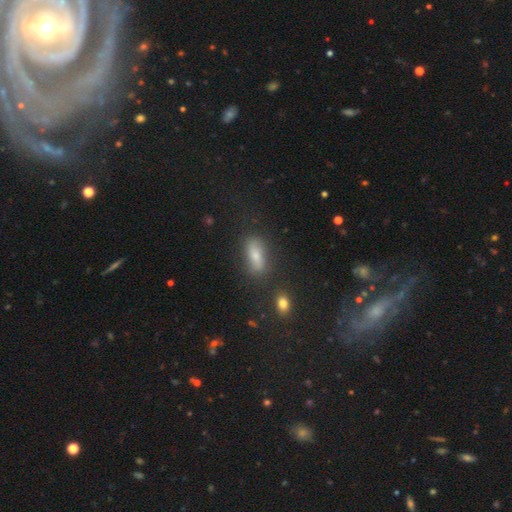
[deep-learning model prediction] Smooth or featured? Predicted: smooth (p=0.69). How rounded? Predicted: in between (p=0.71). Merging? Predicted: none (p=0.72).